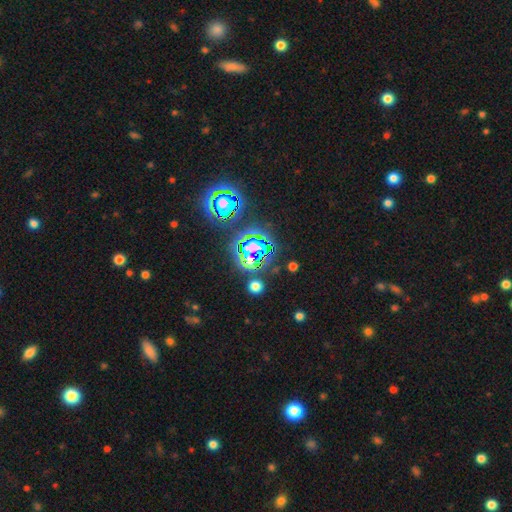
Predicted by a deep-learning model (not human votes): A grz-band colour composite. It shows a star or artifact, not a galaxy (79%).